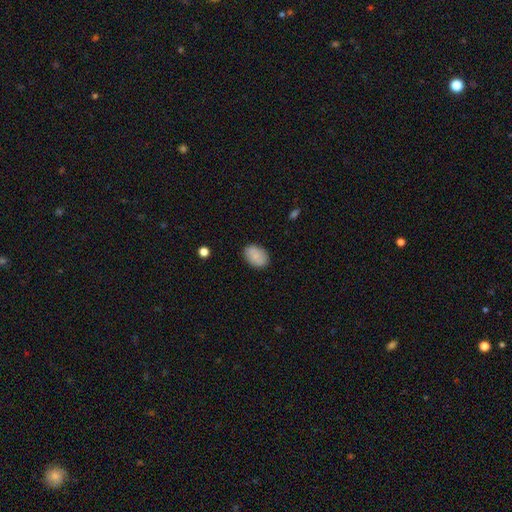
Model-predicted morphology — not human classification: The model was most divided on "how rounded": in between: 83%, round: 16%, cigar-shaped: 1%. More confident: merging — none (86%); smooth or featured — smooth (85%).